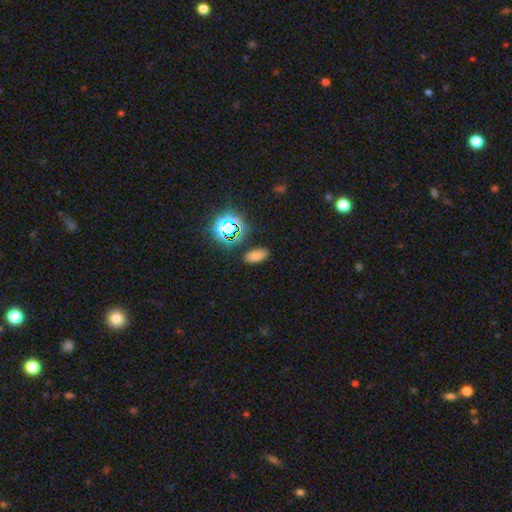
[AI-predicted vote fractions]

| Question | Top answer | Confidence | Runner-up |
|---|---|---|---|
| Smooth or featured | smooth | 68% | star or artifact (25%) |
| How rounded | in between | 90% | round (6%) |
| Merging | none | 85% | minor disturbance (10%) |